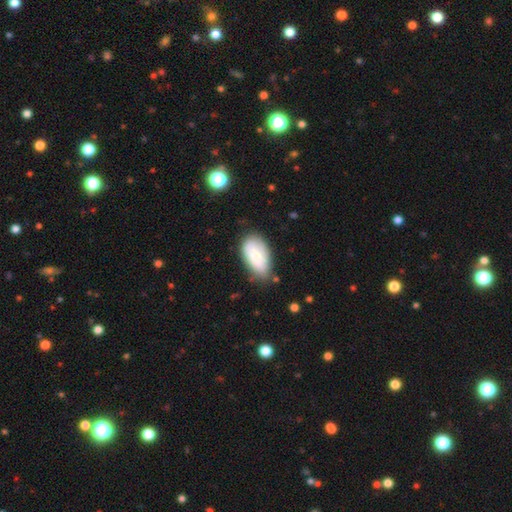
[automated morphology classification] smooth 77%, featured or disk 16%, star or artifact 7%. Down the decision tree: how rounded — in between (94%); merging — none (64%).